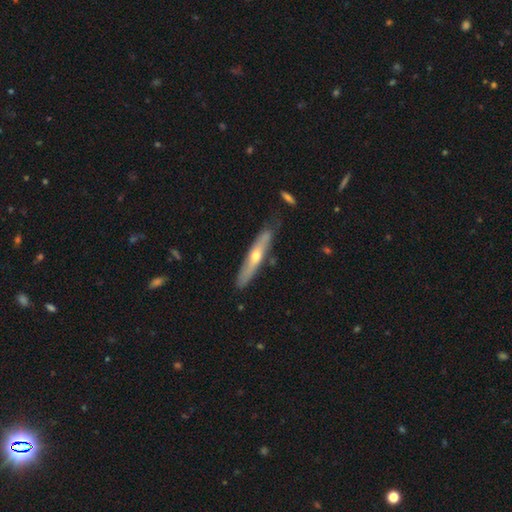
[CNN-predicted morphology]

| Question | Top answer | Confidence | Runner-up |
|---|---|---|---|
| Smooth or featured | featured or disk | 59% | smooth (34%) |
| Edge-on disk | yes | 84% | no (16%) |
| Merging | none | 79% | minor disturbance (16%) |